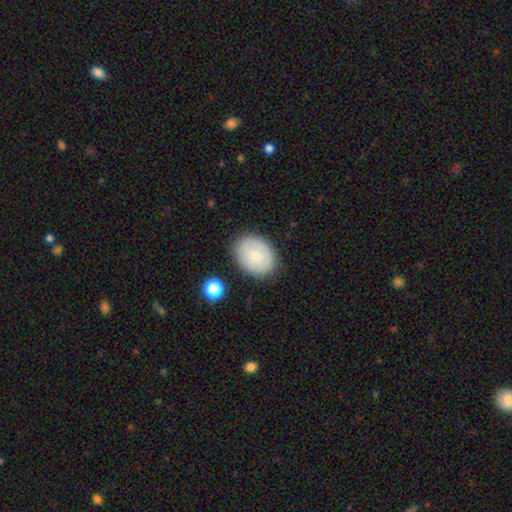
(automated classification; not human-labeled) This appears to be a smooth galaxy with no disk features (74%) that is in between round and cigar-shaped (65%). Merging: none (84%).